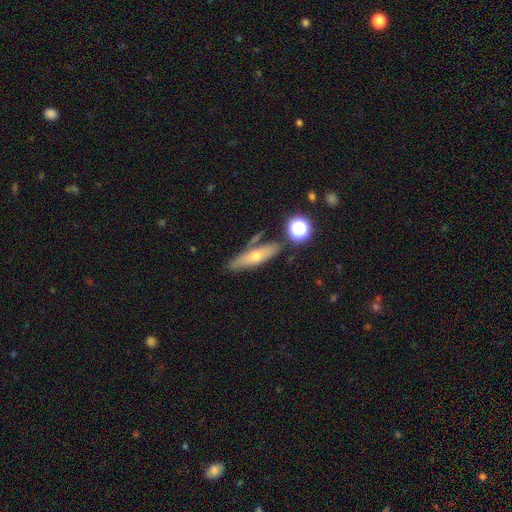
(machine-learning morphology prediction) smooth-or-featured: smooth: 53% | featured or disk: 37% | star or artifact: 10%
  how-rounded: cigar-shaped: 58% | in between: 37% | round: 5%
  merging: none: 71% | minor disturbance: 15% | merger: 10% | major disturbance: 4%